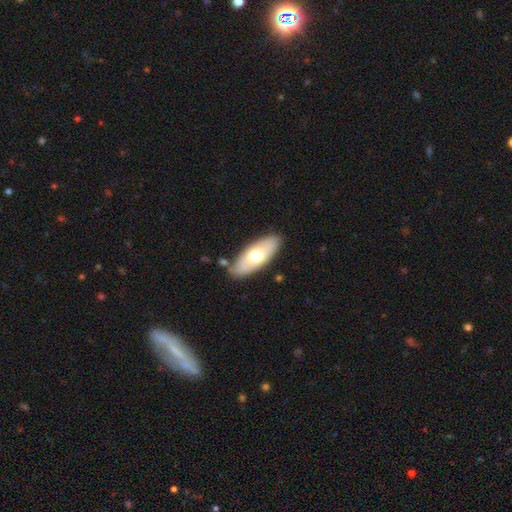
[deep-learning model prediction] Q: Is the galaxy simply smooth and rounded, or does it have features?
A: smooth — 60%.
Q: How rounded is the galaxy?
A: in between — 78%.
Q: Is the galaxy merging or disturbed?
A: none — 81%.